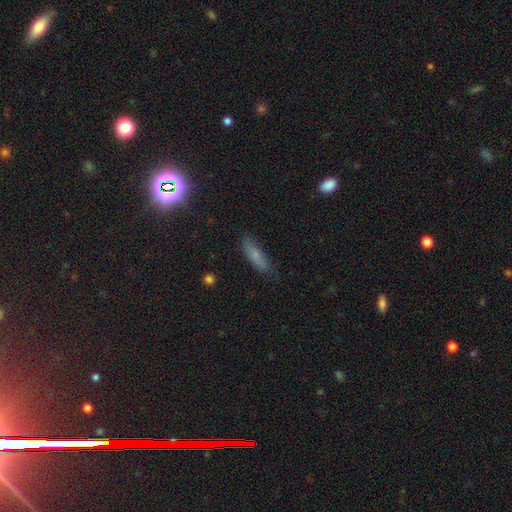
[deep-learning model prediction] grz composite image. It shows a smooth galaxy with no disk features (75%) that is cigar-shaped (55%). Merging: none (78%).